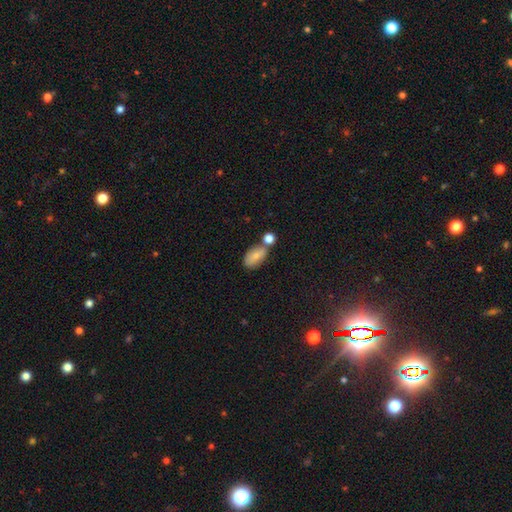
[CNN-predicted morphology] Smooth or featured: smooth — 78% (featured or disk — 14%)
How rounded: in between — 90% (round — 7%)
Merging: none — 53% (merger — 26%)